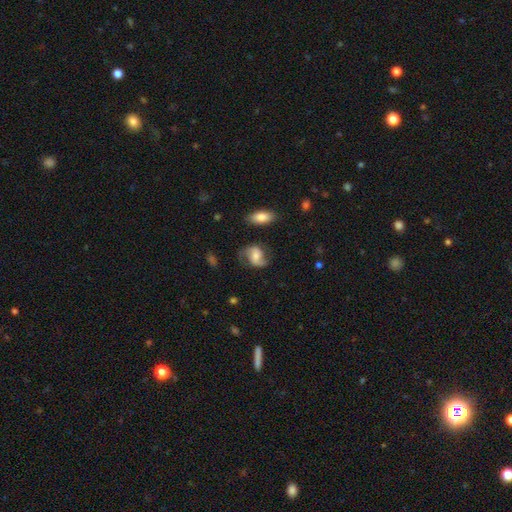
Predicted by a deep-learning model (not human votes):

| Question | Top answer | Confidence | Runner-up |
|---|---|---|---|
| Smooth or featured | featured or disk | 70% | smooth (22%) |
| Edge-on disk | no | 97% | yes (3%) |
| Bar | no | 48% | weak (38%) |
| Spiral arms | yes | 93% | no (7%) |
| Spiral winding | medium | 44% | loose (43%) |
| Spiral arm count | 2 | 88% | 1 (5%) |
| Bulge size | moderate | 49% | small (34%) |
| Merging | none | 67% | minor disturbance (20%) |